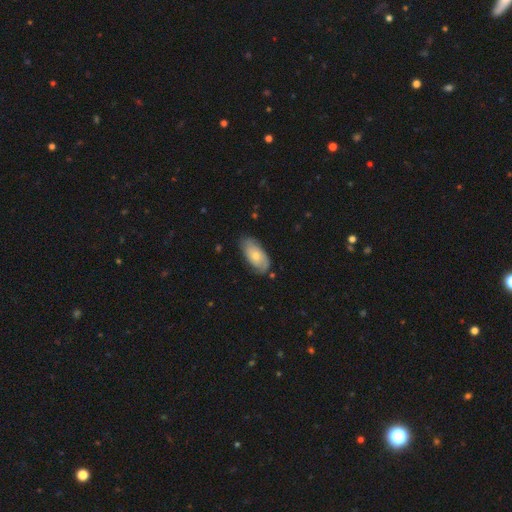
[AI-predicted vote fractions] Smooth or featured?
  - smooth: 56% *
  - featured or disk: 38%
  - star or artifact: 6%
How rounded?
  - in between: 91% *
  - cigar-shaped: 6%
  - round: 3%
Merging?
  - none: 71% *
  - minor disturbance: 23%
  - major disturbance: 5%
  - merger: 2%